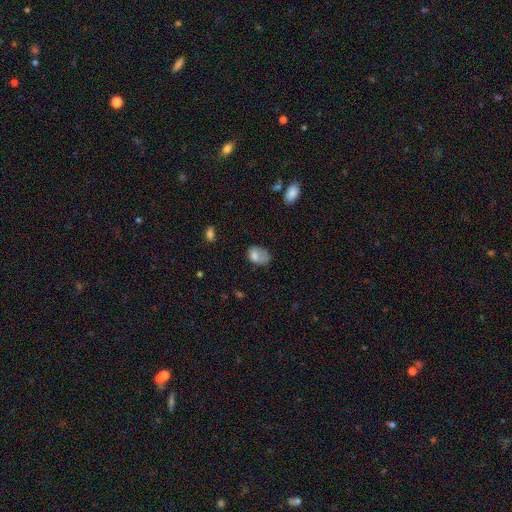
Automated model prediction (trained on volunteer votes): smooth_or_featured: smooth (p=0.73) [alt: featured or disk p=0.17]
how_rounded: in between (p=0.80) [alt: round p=0.19]
merging: minor disturbance (p=0.35) [alt: none p=0.33]